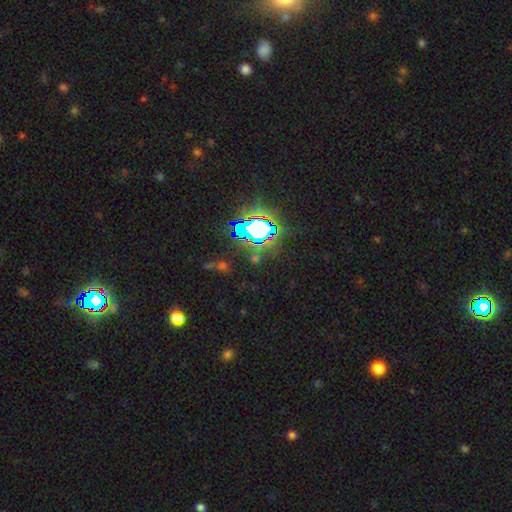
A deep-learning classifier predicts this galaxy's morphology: Smooth or featured? star or artifact (74%)